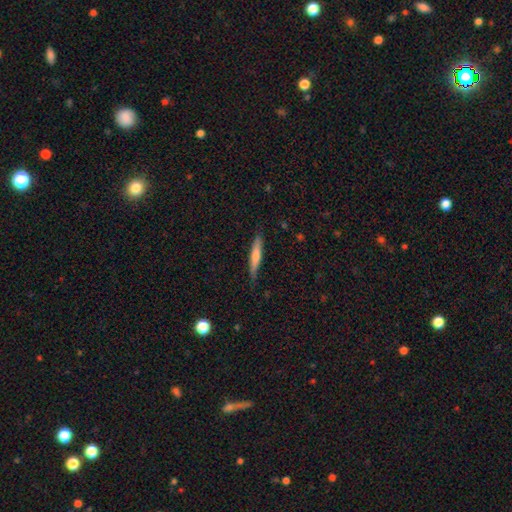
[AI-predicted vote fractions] smooth_or_featured: smooth (p=0.63) [alt: featured or disk p=0.32]
how_rounded: cigar-shaped (p=0.92) [alt: in between p=0.06]
merging: none (p=0.82) [alt: minor disturbance p=0.15]